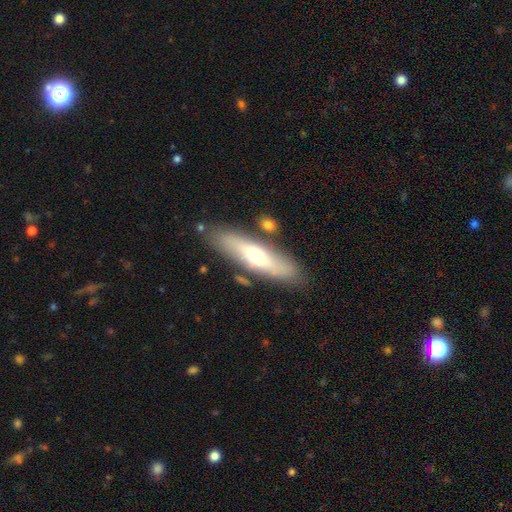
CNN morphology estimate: This appears to be a smooth galaxy with no disk features (49%). Merging: none (80%).